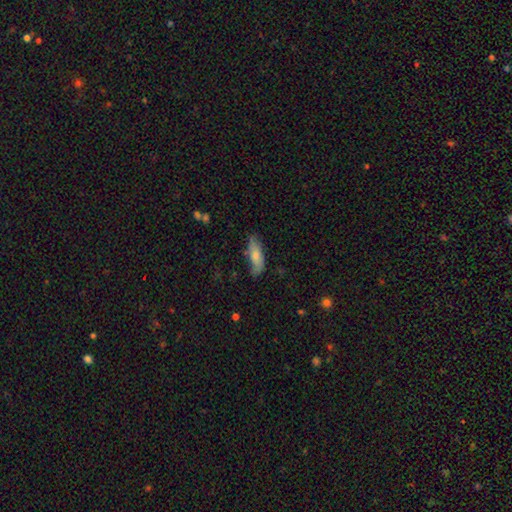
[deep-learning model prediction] Smooth or featured? smooth (70%)
How rounded? in between (61%)
Merging? none (63%)